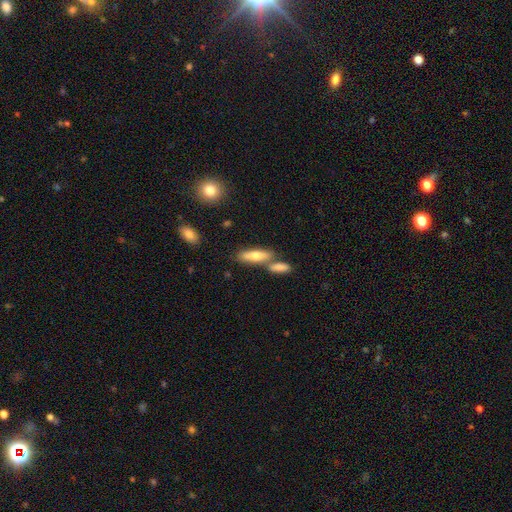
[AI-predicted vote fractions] Smooth or featured? Predicted: smooth (p=0.63). How rounded? Predicted: cigar-shaped (p=0.51). Merging? Predicted: none (p=0.55).